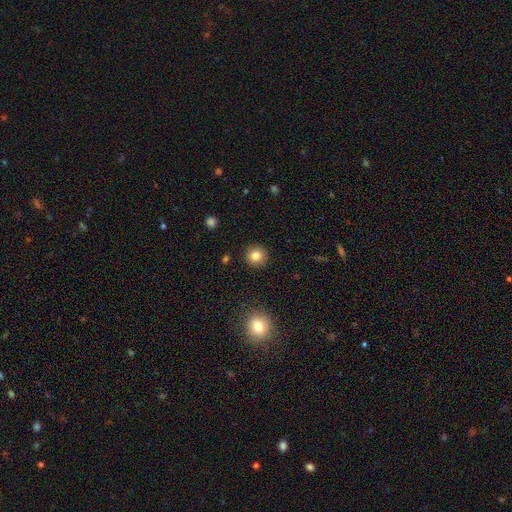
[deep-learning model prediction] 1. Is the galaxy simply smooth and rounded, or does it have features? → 83% smooth, 11% star or artifact, 7% featured or disk.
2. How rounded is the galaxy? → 93% round, 6% in between, 1% cigar-shaped.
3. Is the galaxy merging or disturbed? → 92% none, 5% minor disturbance, 2% major disturbance, 1% merger.